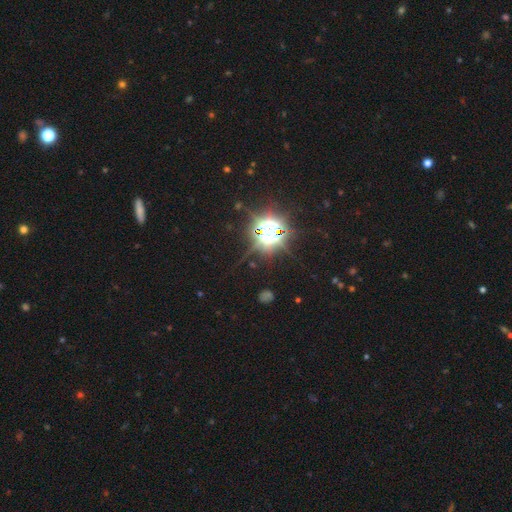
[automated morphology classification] star or artifact 83%, smooth 10%, featured or disk 7%.